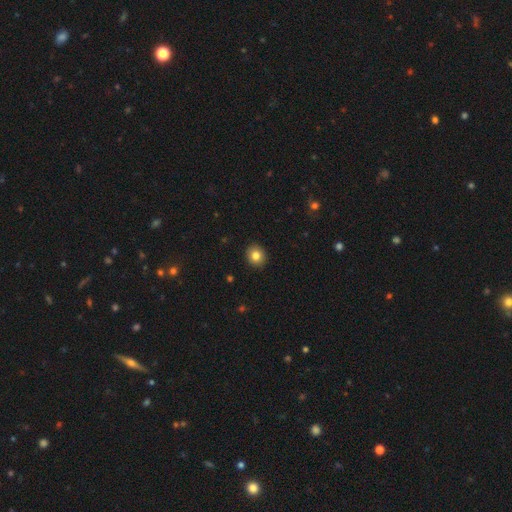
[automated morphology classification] The model was most divided on "how rounded": round: 72%, in between: 27%, cigar-shaped: 1%. More confident: merging — none (91%); smooth or featured — smooth (83%).